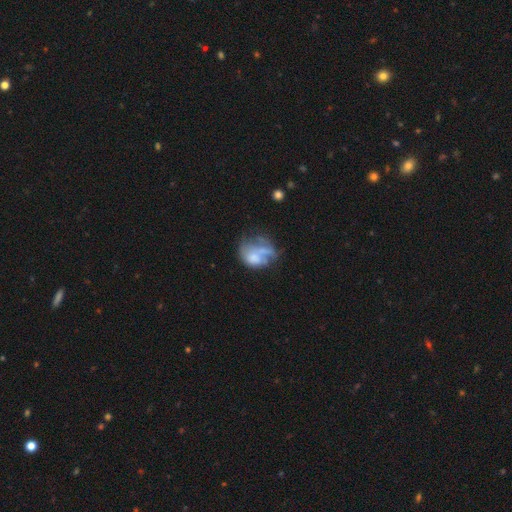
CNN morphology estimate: Overall: smooth (51%; featured or disk 39%). How rounded: in between (61%; round 38%). Merging: major disturbance (37%; none 23%).